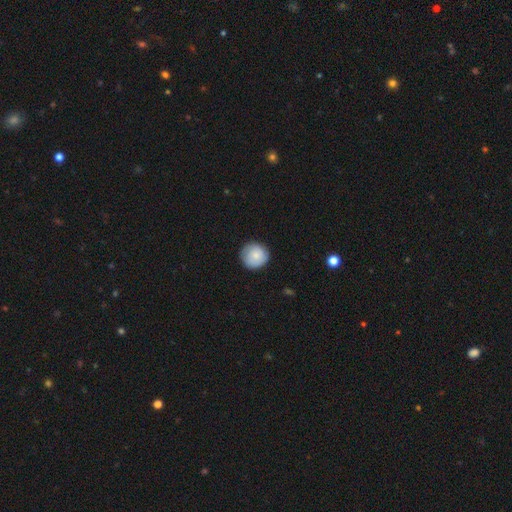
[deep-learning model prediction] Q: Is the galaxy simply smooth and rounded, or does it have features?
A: smooth — 79%.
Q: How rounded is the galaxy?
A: round — 93%.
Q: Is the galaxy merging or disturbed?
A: none — 84%.